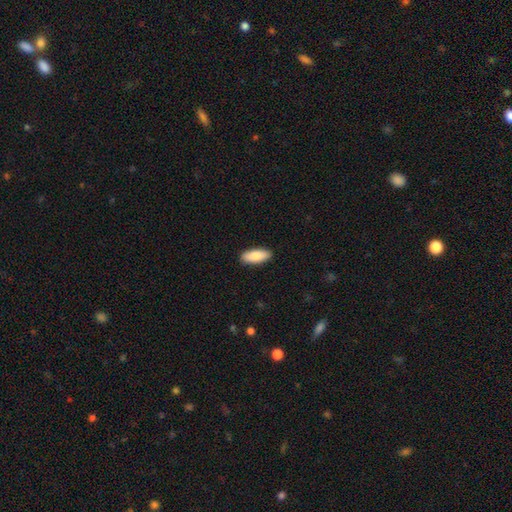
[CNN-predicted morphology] This appears to be a smooth galaxy with no disk features (87%) that is in between round and cigar-shaped (80%). Merging: none (90%).